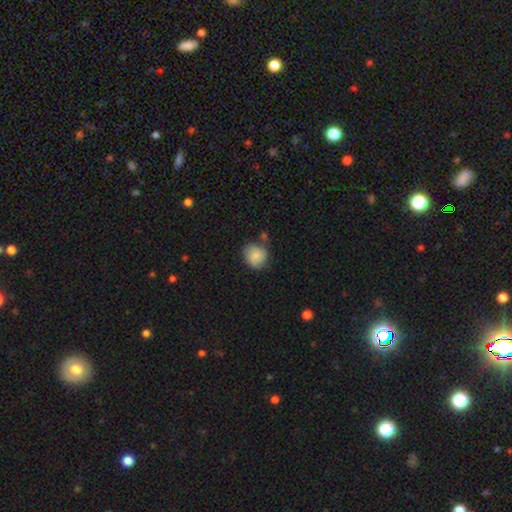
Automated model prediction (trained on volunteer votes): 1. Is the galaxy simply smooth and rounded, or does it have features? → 85% smooth, 8% featured or disk, 7% star or artifact.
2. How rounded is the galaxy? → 78% round, 22% in between, 1% cigar-shaped.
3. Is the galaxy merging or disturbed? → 64% none, 22% minor disturbance, 9% merger, 5% major disturbance.